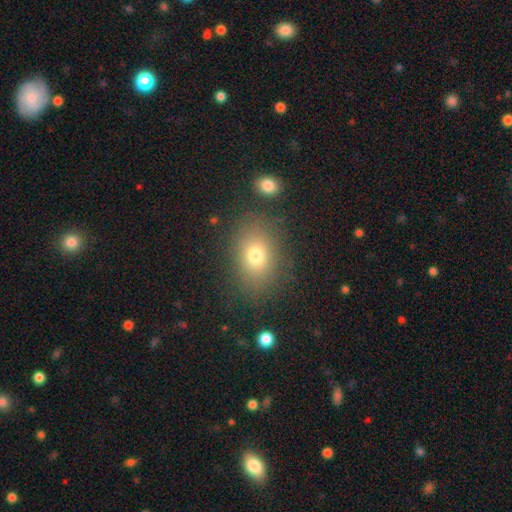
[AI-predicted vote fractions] Q: Smooth or featured?
A: smooth (73%); runner-up: star or artifact (14%)
Q: How rounded?
A: in between (70%); runner-up: round (29%)
Q: Merging?
A: none (81%); runner-up: minor disturbance (11%)